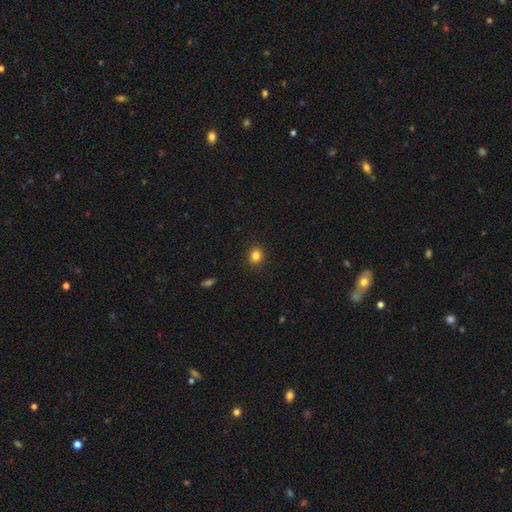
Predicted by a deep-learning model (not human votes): Overall: smooth (83%). How rounded: round (76%). Merging: none (90%).